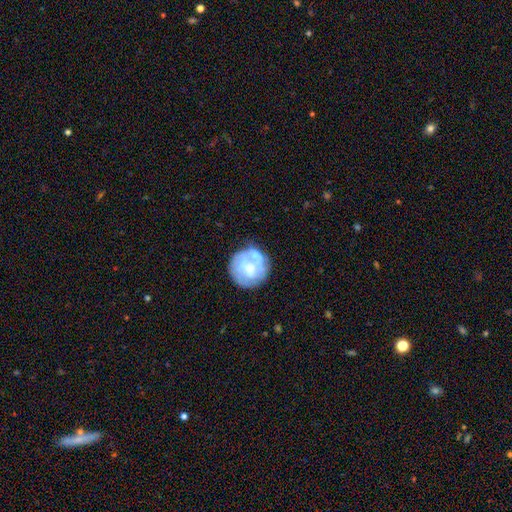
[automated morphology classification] smooth_or_featured: featured or disk (p=0.57) [alt: smooth p=0.36]
disk_edge_on: no (p=0.98) [alt: yes p=0.02]
bar: no (p=0.73) [alt: weak p=0.22]
has_spiral_arms: no (p=0.57) [alt: yes p=0.43]
bulge_size: moderate (p=0.50) [alt: small p=0.35]
merging: none (p=0.63) [alt: minor disturbance p=0.19]